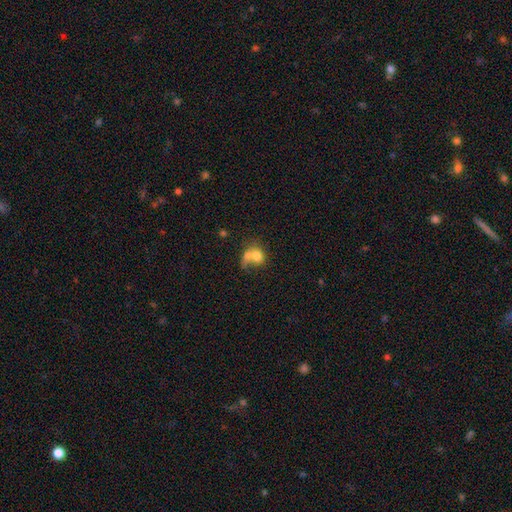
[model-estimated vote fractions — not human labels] The model was most divided on "how rounded": round: 57%, in between: 42%, cigar-shaped: 1%. More confident: smooth or featured — smooth (71%); merging — merger (63%).